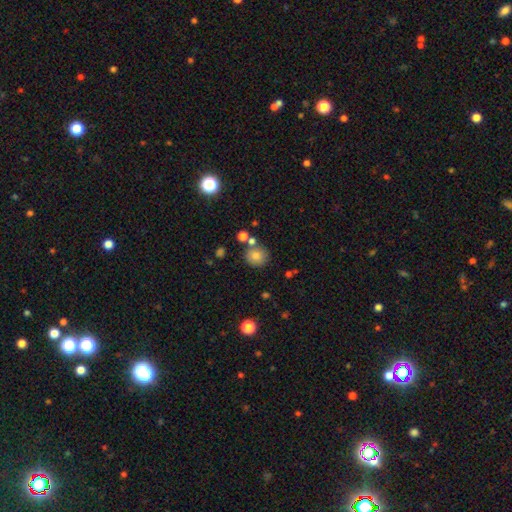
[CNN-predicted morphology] smooth 79%, star or artifact 12%, featured or disk 9%. Down the decision tree: how rounded — round (88%); merging — none (75%).